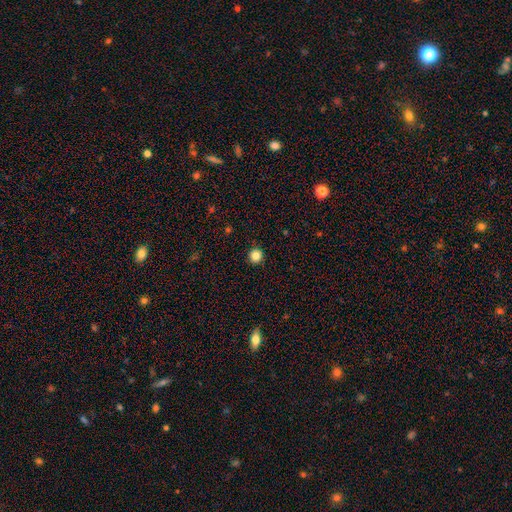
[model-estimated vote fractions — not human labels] This appears to be a smooth galaxy with no disk features (85%) that is round (95%). Merging: none (93%).